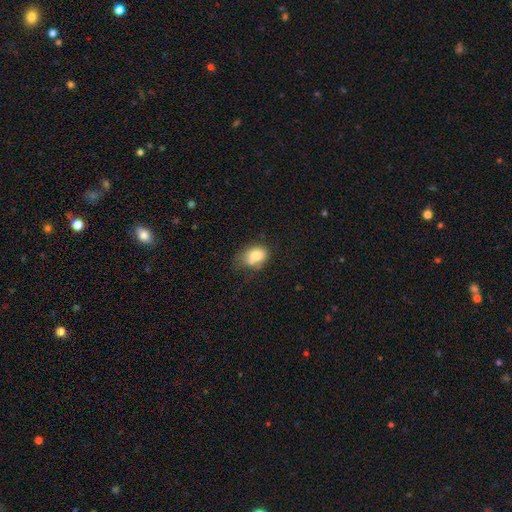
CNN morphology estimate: A smooth galaxy with no disk features (77%) that is in between round and cigar-shaped (71%).

Vote fractions:
- Smooth or featured? smooth: 77% / featured or disk: 14% / star or artifact: 9%
- How rounded? in between: 71% / round: 27% / cigar-shaped: 1%
- Merging? none: 41% / minor disturbance: 31% / merger: 15% / major disturbance: 13%